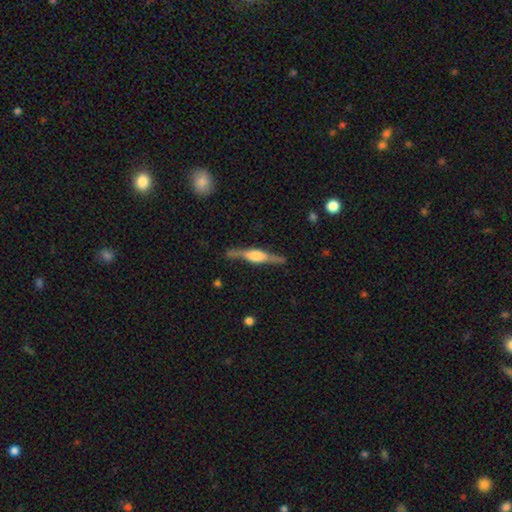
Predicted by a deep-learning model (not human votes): Smooth or featured?
  - featured or disk: 77% *
  - smooth: 18%
  - star or artifact: 5%
Edge-on disk?
  - yes: 95% *
  - no: 5%
Edge-on bulge?
  - rounded: 67% *
  - boxy: 29%
  - none: 4%
Merging?
  - none: 82% *
  - minor disturbance: 13%
  - major disturbance: 3%
  - merger: 2%